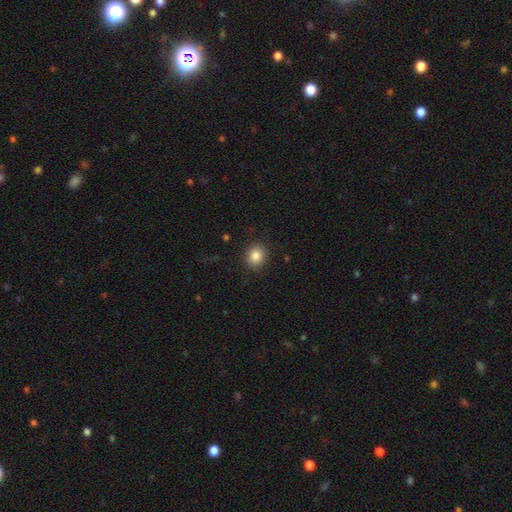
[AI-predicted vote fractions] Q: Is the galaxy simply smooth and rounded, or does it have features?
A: smooth — 85%.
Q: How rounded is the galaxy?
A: round — 77%.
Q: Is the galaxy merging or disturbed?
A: none — 90%.